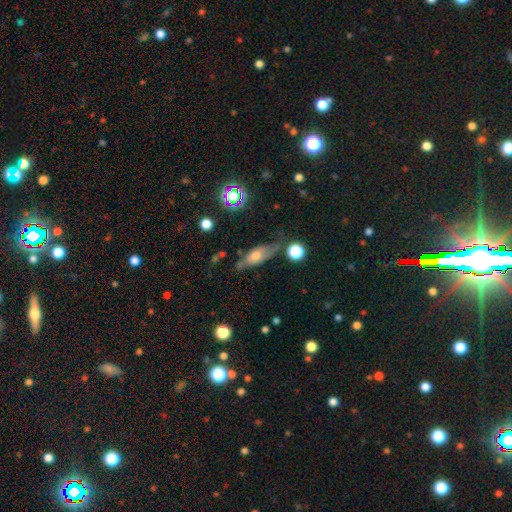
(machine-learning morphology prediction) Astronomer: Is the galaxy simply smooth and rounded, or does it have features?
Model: featured or disk — 45% (runner-up: smooth, 43%).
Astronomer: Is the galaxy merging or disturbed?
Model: none — 58%.